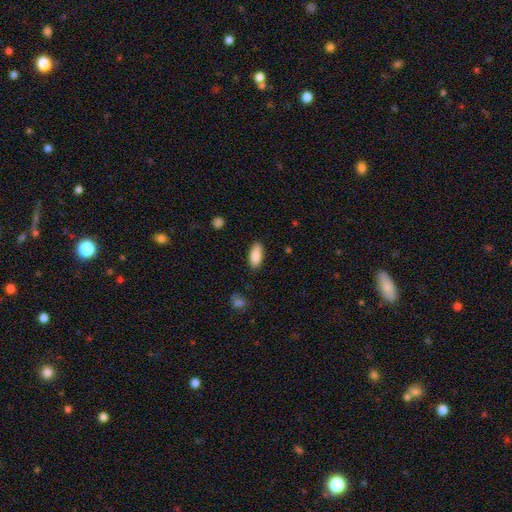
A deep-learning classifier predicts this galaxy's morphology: This appears to be a smooth galaxy with no disk features (88%) that is in between round and cigar-shaped (88%). Merging: none (85%).